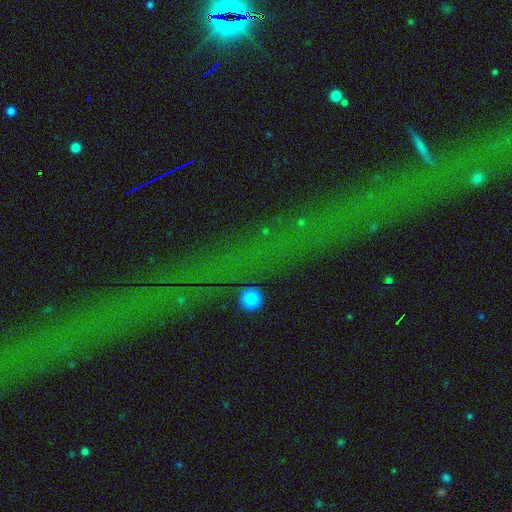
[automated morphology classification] type=star or artifact (76%).